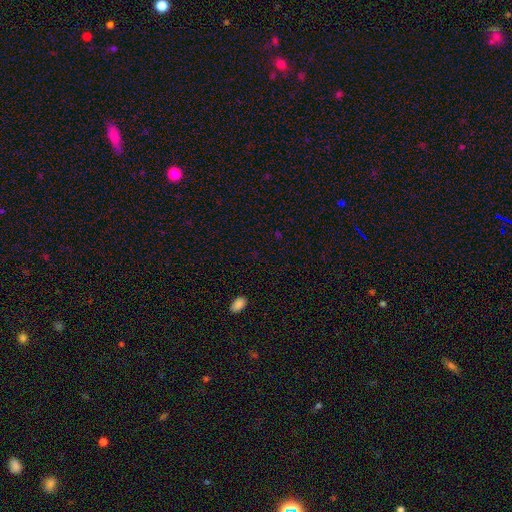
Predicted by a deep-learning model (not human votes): The model was most divided on "smooth or featured": smooth: 54%, star or artifact: 40%, featured or disk: 6%. More confident: merging — none (85%); how rounded — in between (59%).